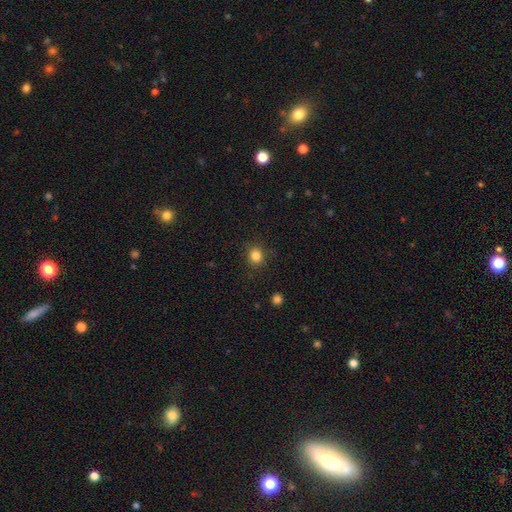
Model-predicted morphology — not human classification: Overall: smooth (84%). How rounded: round (80%). Merging: none (87%).